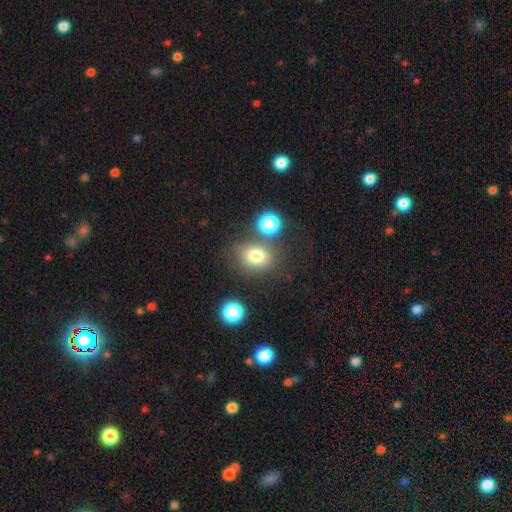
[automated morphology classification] Overall: smooth (76%). How rounded: round (56%; in between 43%). Merging: none (74%).